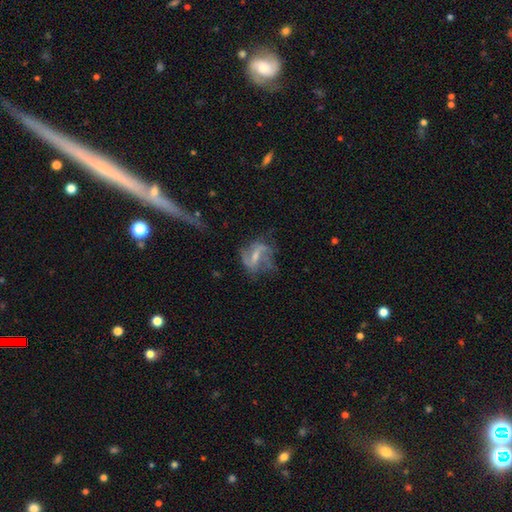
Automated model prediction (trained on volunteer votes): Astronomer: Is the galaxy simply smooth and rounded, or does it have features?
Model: featured or disk — 74%.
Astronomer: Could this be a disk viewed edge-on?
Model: no — 96%.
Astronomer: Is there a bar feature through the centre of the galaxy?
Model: weak — 48% (runner-up: strong, 33%).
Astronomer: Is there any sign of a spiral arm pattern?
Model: yes — 83%.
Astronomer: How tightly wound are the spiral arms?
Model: loose — 51% (runner-up: medium, 37%).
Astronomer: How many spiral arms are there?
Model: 2 — 69%.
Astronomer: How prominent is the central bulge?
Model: small — 43% (runner-up: moderate, 35%).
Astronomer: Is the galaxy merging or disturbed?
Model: none — 48% (runner-up: major disturbance, 26%).